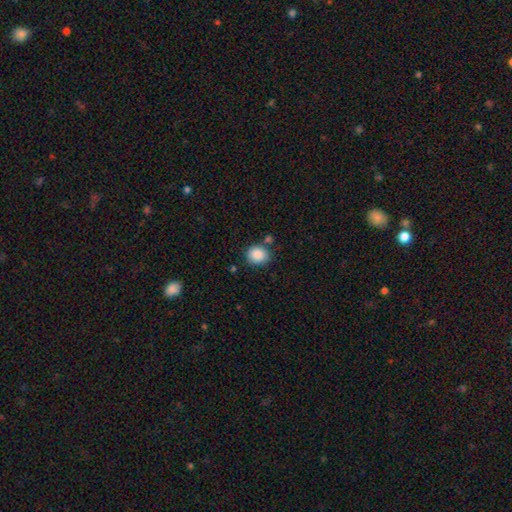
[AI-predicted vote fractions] Smooth or featured? smooth (88%)
How rounded? round (68%)
Merging? none (76%)